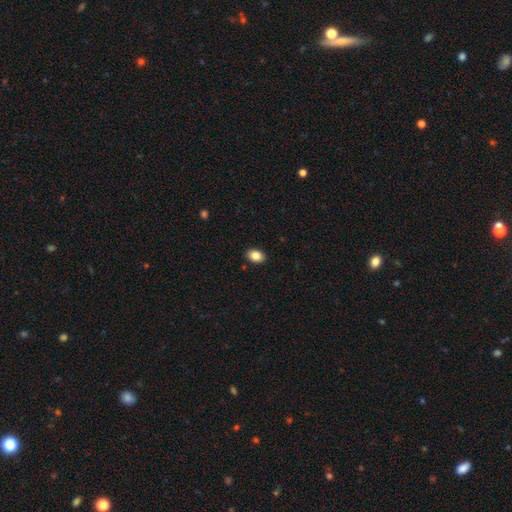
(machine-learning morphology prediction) The model was most divided on "how rounded": in between: 83%, round: 16%, cigar-shaped: 1%. More confident: merging — none (90%); smooth or featured — smooth (85%).